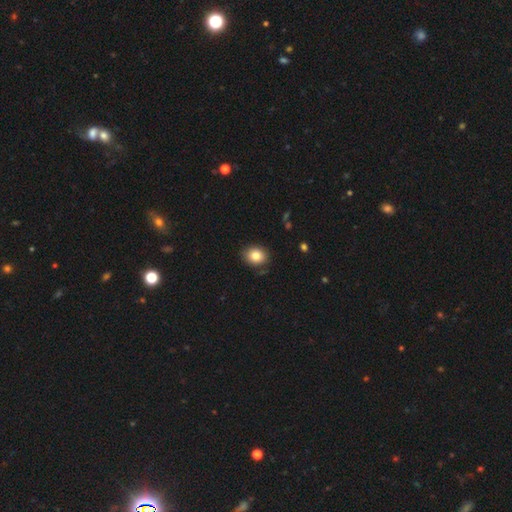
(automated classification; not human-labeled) smooth-or-featured: smooth: 82% | star or artifact: 9% | featured or disk: 8%
  how-rounded: round: 56% | in between: 43% | cigar-shaped: 1%
  merging: none: 86% | minor disturbance: 10% | major disturbance: 2% | merger: 2%